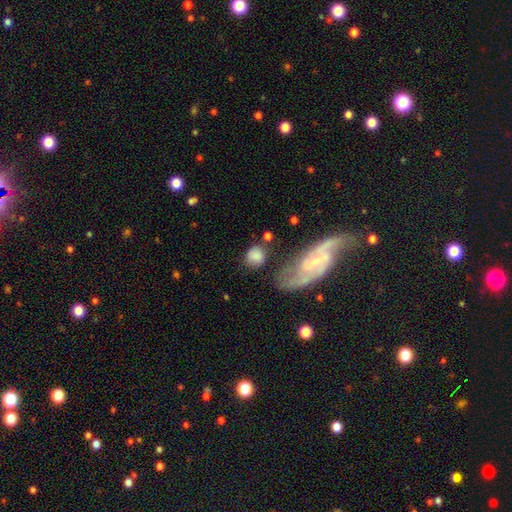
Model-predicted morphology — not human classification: This is likely a smooth galaxy (73%). How rounded: likely round (73%). Merging: possibly none (58%).